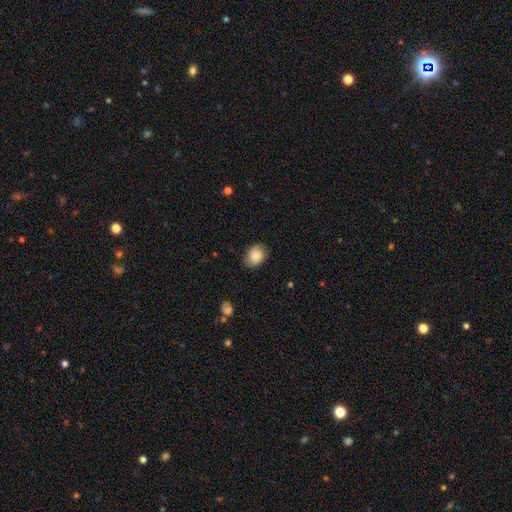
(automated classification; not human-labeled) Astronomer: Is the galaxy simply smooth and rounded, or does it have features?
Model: smooth — 81%.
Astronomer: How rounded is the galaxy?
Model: in between — 61% (runner-up: round, 38%).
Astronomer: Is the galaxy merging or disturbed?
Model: none — 78%.